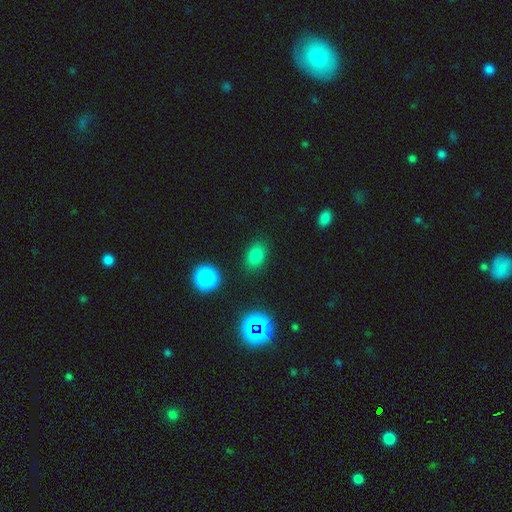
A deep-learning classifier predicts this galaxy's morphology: Smooth or featured: smooth — 77% (star or artifact — 16%)
How rounded: in between — 71% (round — 28%)
Merging: none — 85% (minor disturbance — 10%)